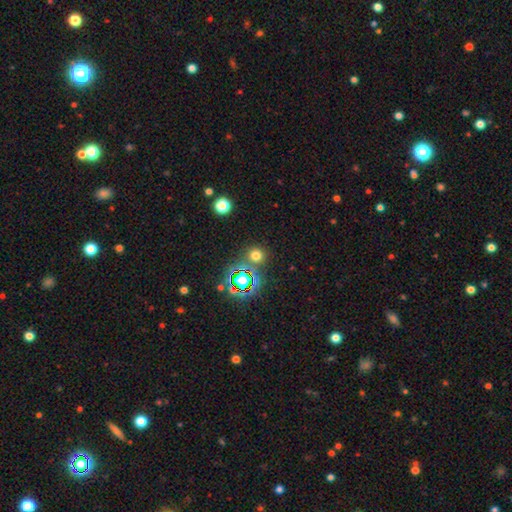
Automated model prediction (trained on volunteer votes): Smooth or featured? smooth (63%)
How rounded? round (90%)
Merging? none (80%)